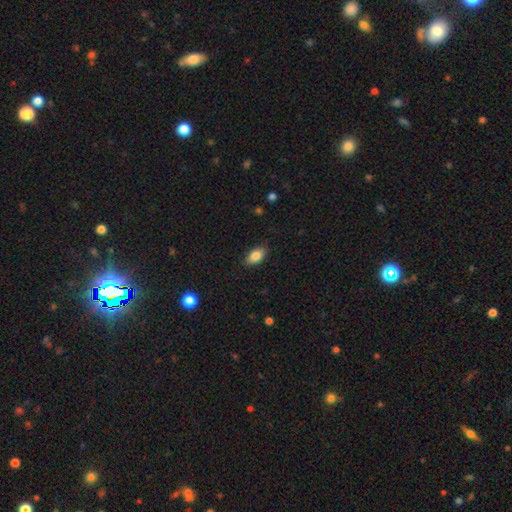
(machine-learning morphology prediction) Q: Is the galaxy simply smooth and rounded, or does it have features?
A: smooth — 83%.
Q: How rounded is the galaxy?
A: in between — 91%.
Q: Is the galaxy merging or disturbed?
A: none — 84%.